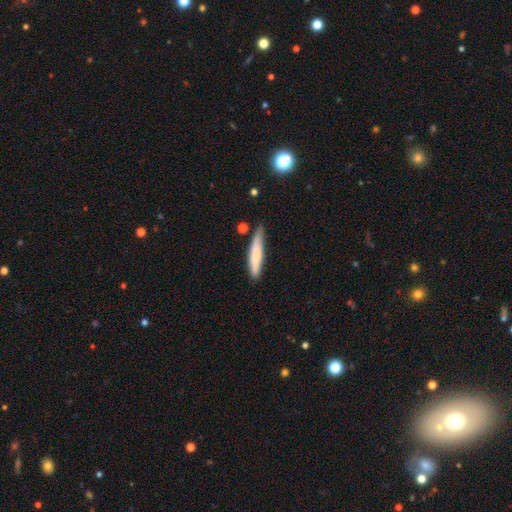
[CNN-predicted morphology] Smooth or featured? smooth (72%)
How rounded? cigar-shaped (88%)
Merging? none (67%)